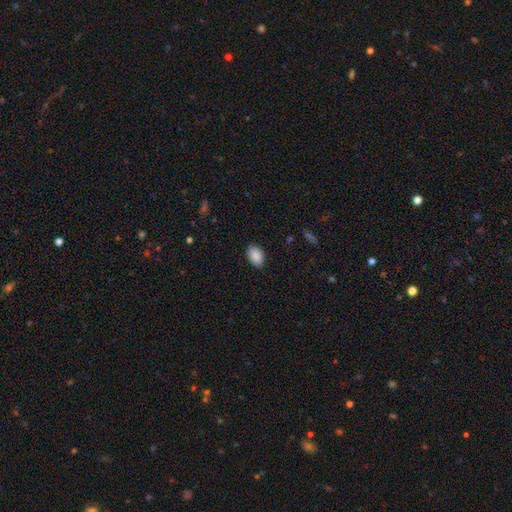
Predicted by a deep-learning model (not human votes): Q: Smooth or featured?
A: smooth (90%); runner-up: star or artifact (7%)
Q: How rounded?
A: in between (86%); runner-up: round (13%)
Q: Merging?
A: none (85%); runner-up: minor disturbance (12%)